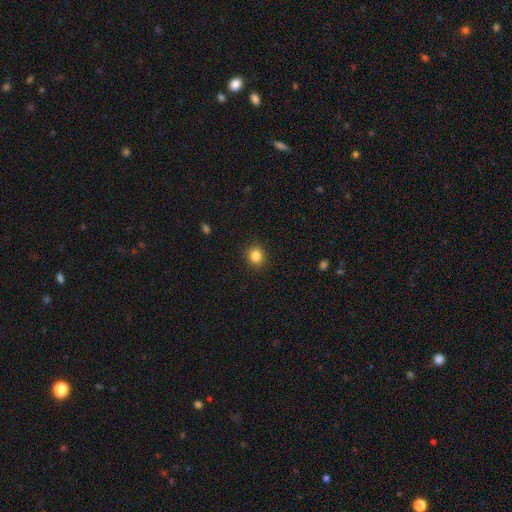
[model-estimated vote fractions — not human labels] smooth-or-featured: smooth: 84% | star or artifact: 11% | featured or disk: 5%
  how-rounded: round: 82% | in between: 17% | cigar-shaped: 1%
  merging: none: 91% | minor disturbance: 6% | major disturbance: 2% | merger: 1%